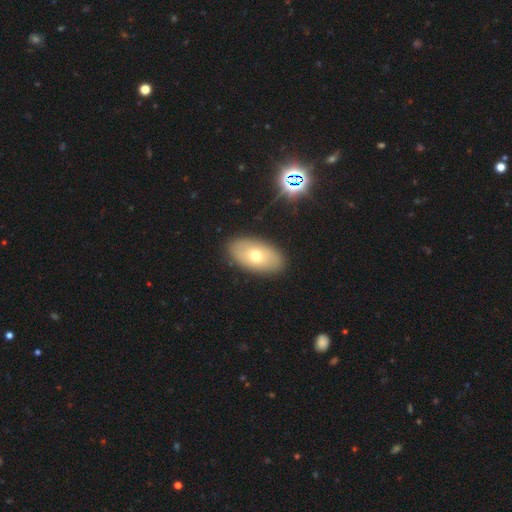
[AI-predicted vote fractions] This appears to be a smooth galaxy with no disk features (62%) that is in between round and cigar-shaped (92%). Merging: none (88%).